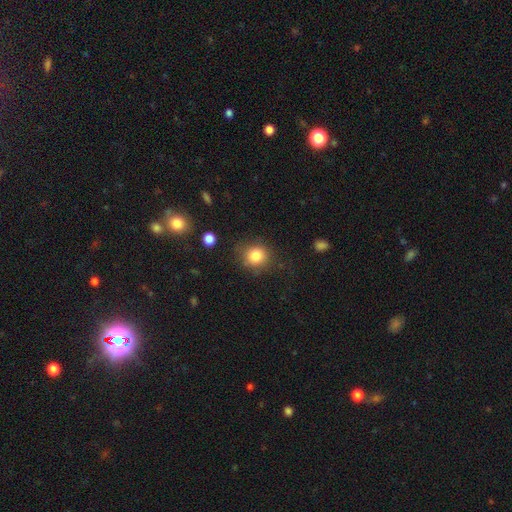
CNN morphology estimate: smooth_or_featured: smooth (p=0.83) [alt: star or artifact p=0.11]
how_rounded: round (p=0.83) [alt: in between p=0.16]
merging: none (p=0.78) [alt: minor disturbance p=0.15]